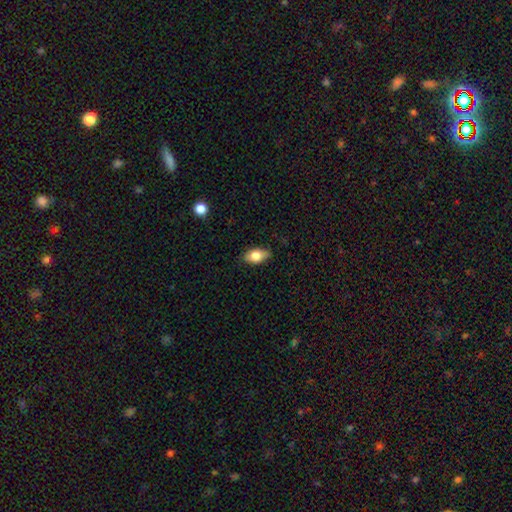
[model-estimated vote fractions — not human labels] Overall: smooth (76%). How rounded: in between (87%). Merging: none (81%).